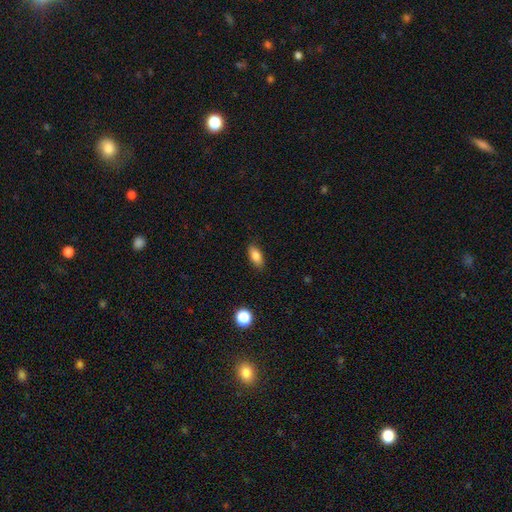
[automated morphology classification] Smooth or featured: smooth — 83% (star or artifact — 8%)
How rounded: in between — 84% (cigar-shaped — 12%)
Merging: none — 86% (minor disturbance — 10%)